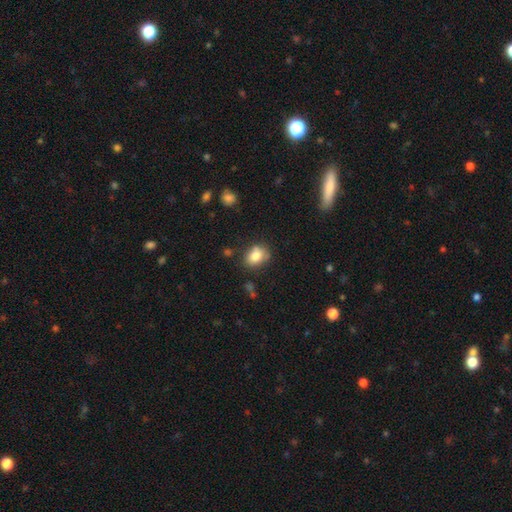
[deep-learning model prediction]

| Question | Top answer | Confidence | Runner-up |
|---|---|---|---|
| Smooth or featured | smooth | 80% | featured or disk (11%) |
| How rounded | in between | 61% | round (38%) |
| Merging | none | 68% | minor disturbance (21%) |